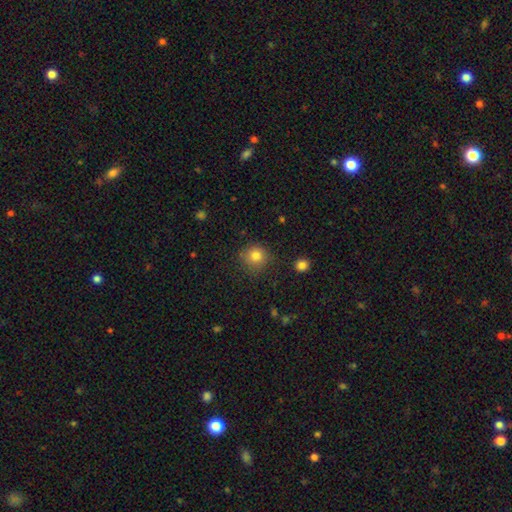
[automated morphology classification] Overall: smooth (81%). How rounded: round (90%). Merging: none (82%).